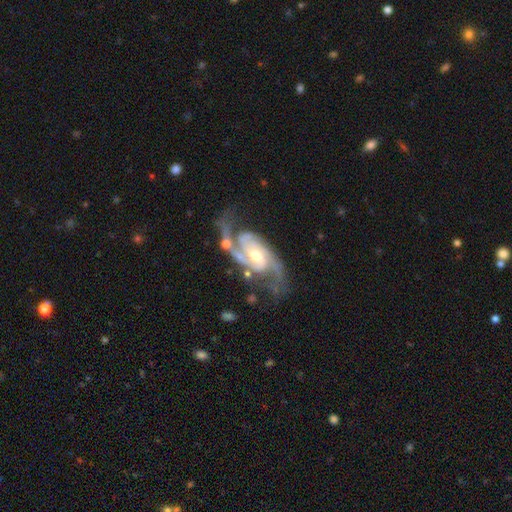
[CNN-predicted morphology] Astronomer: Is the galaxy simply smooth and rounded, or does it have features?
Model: featured or disk — 93%.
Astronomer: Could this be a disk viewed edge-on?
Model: no — 97%.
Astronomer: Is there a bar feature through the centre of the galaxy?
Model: weak — 42% (runner-up: no, 40%).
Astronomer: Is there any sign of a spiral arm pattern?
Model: yes — 99%.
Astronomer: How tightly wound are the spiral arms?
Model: medium — 48% (runner-up: tight, 43%).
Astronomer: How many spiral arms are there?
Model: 2 — 62%.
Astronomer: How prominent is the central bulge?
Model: moderate — 63%.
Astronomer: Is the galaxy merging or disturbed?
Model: none — 59%.